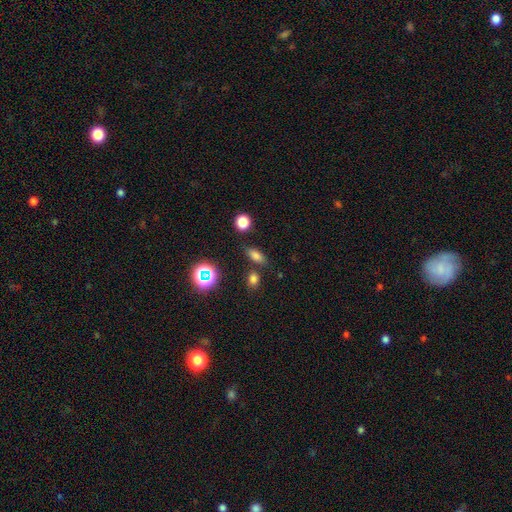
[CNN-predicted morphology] This appears to be a smooth galaxy with no disk features (73%) that is in between round and cigar-shaped (73%). Merging: none (77%).